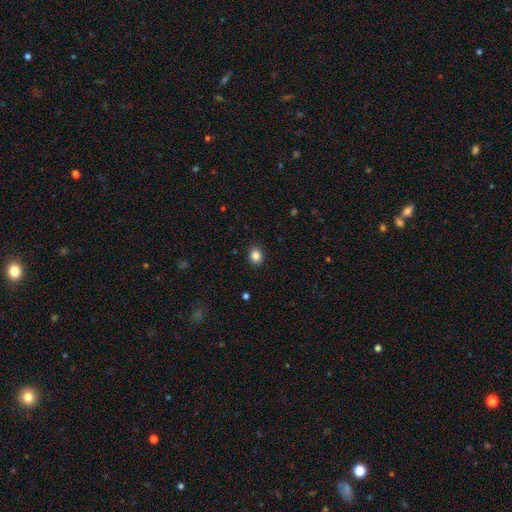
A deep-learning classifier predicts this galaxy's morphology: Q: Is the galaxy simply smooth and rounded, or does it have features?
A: smooth — 86%.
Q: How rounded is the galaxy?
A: round — 63%.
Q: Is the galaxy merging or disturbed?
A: none — 90%.